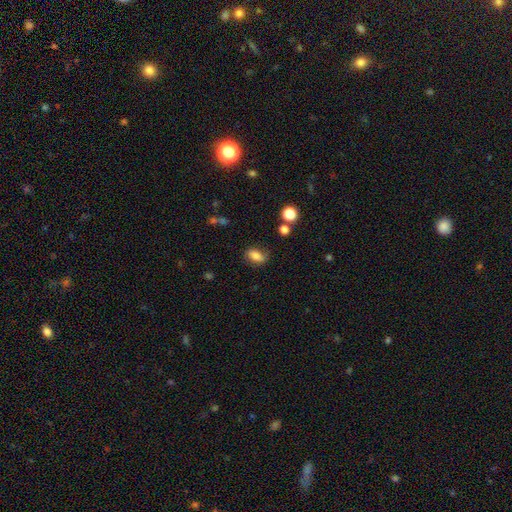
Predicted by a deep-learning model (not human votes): smooth_or_featured: smooth (p=0.80) [alt: featured or disk p=0.10]
how_rounded: in between (p=0.85) [alt: round p=0.10]
merging: none (p=0.70) [alt: minor disturbance p=0.20]